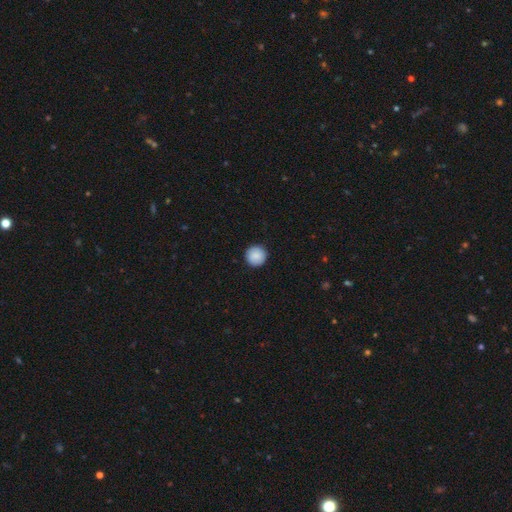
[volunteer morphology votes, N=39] Q: Smooth or featured?
A: smooth (87%); runner-up: star or artifact (8%)
Q: How rounded?
A: round (97%); runner-up: in between (3%)
Q: Merging?
A: none (97%); runner-up: major disturbance (3%)